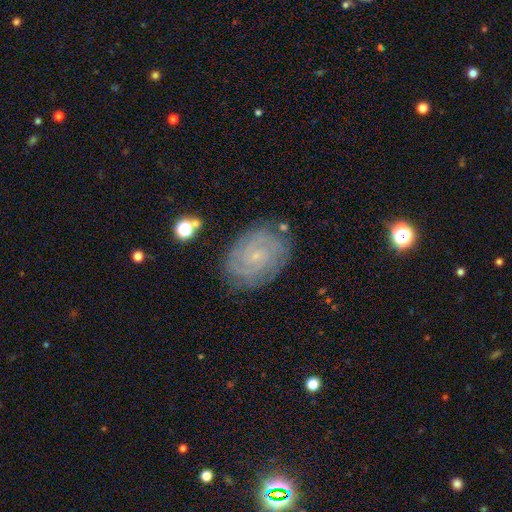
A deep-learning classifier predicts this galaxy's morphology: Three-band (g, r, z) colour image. It shows a featured or disk galaxy (80%) with no bar (75%), tight (76%) spiral arms (95%) and a small central bulge (86%). Merging: none (80%).